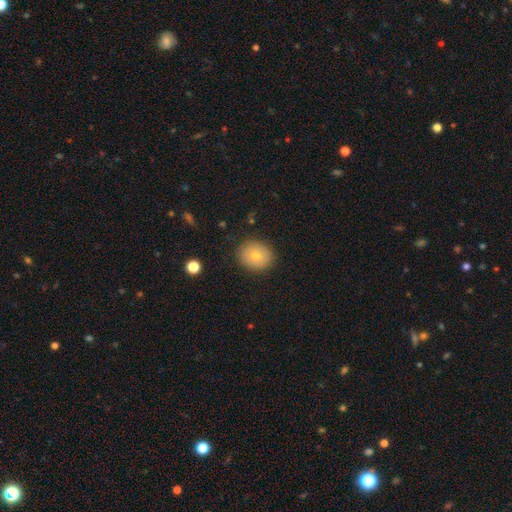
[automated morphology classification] Smooth or featured: smooth — 70% (featured or disk — 20%)
How rounded: round — 71% (in between — 28%)
Merging: none — 87% (minor disturbance — 9%)